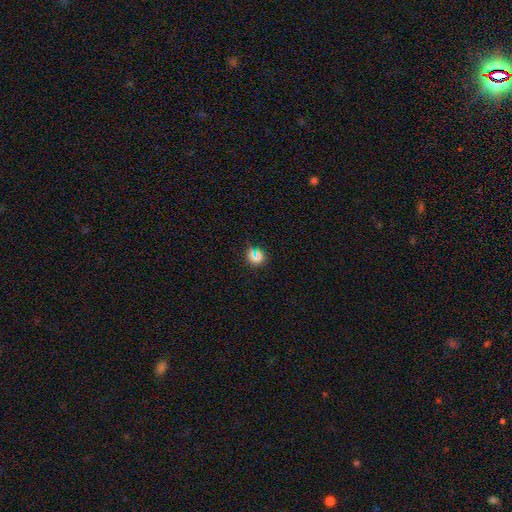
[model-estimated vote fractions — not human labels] Q: Smooth or featured?
A: smooth (57%); runner-up: star or artifact (36%)
Q: How rounded?
A: round (87%); runner-up: in between (11%)
Q: Merging?
A: none (80%); runner-up: minor disturbance (11%)